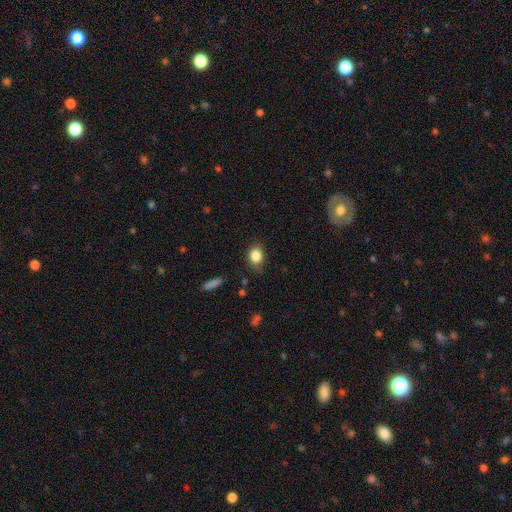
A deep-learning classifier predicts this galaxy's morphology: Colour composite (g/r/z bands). It shows a smooth galaxy with no disk features (84%) that is in between round and cigar-shaped (60%). Merging: none (73%).